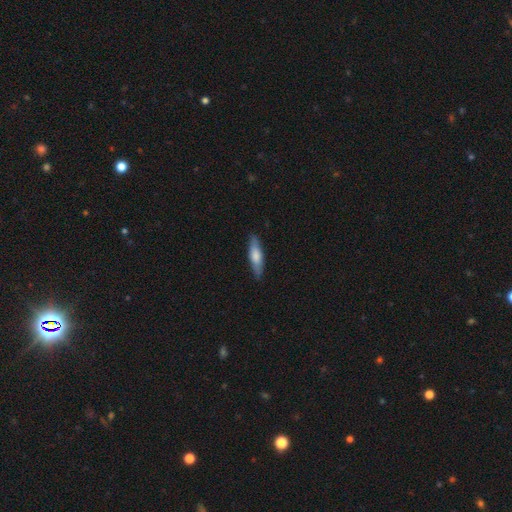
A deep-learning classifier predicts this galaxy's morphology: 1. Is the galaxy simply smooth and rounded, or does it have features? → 66% smooth, 29% featured or disk, 5% star or artifact.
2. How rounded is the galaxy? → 67% cigar-shaped, 31% in between, 2% round.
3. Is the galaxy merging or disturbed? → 85% none, 12% minor disturbance, 2% major disturbance, 1% merger.